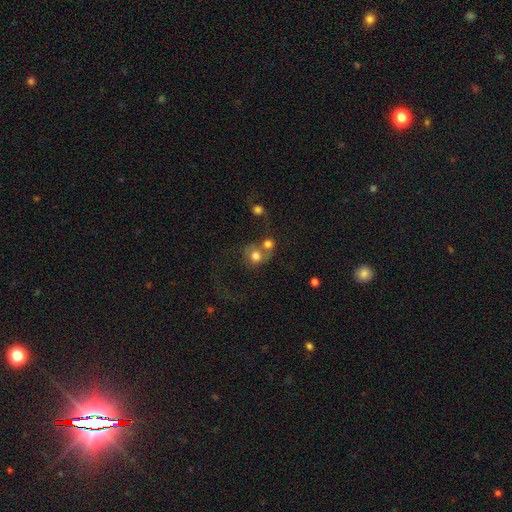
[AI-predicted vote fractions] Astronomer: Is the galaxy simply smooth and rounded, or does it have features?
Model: smooth — 71%.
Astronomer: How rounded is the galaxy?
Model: round — 80%.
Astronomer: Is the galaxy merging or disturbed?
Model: merger — 55%.